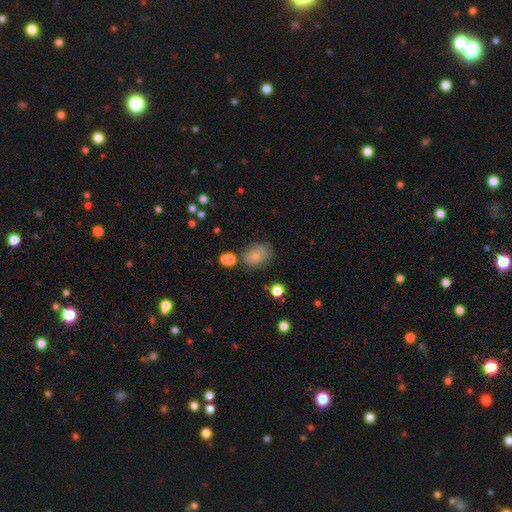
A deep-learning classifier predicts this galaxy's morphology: smooth-or-featured: smooth: 72% | featured or disk: 18% | star or artifact: 11%
  how-rounded: in between: 58% | round: 41% | cigar-shaped: 1%
  merging: none: 59% | minor disturbance: 23% | merger: 9% | major disturbance: 9%